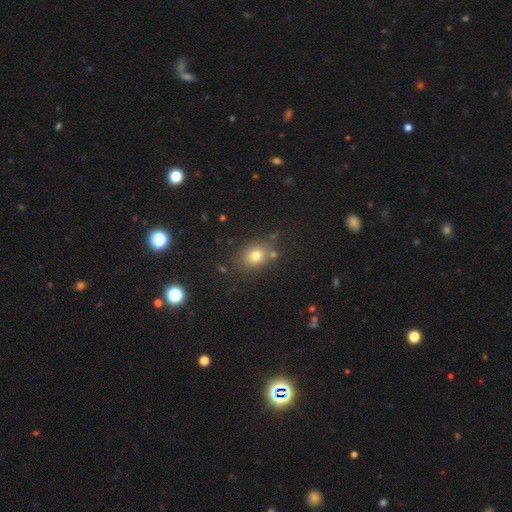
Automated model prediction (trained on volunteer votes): smooth-or-featured: smooth: 75% | star or artifact: 15% | featured or disk: 11%
  how-rounded: round: 52% | in between: 47% | cigar-shaped: 1%
  merging: none: 77% | minor disturbance: 12% | merger: 7% | major disturbance: 4%